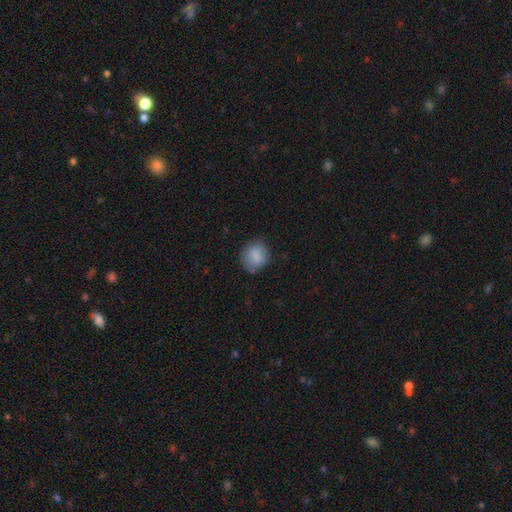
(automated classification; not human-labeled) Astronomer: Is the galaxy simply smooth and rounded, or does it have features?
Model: smooth — 85%.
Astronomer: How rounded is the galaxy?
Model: round — 72%.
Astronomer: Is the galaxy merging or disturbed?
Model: none — 71%.